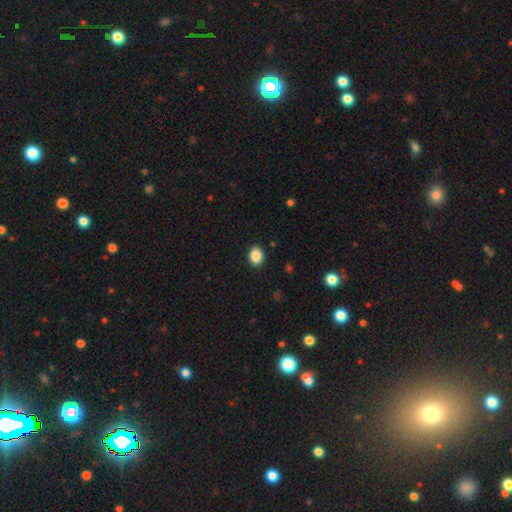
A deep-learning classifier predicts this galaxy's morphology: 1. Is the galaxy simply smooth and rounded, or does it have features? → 87% smooth, 9% star or artifact, 4% featured or disk.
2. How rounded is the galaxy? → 58% in between, 41% round, 1% cigar-shaped.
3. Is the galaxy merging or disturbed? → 90% none, 7% minor disturbance, 2% major disturbance, 1% merger.